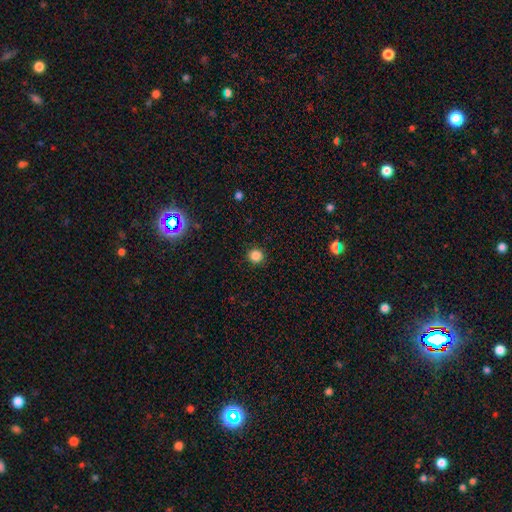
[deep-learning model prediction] Smooth or featured? Predicted: smooth (p=0.85). How rounded? Predicted: round (p=0.95). Merging? Predicted: none (p=0.92).